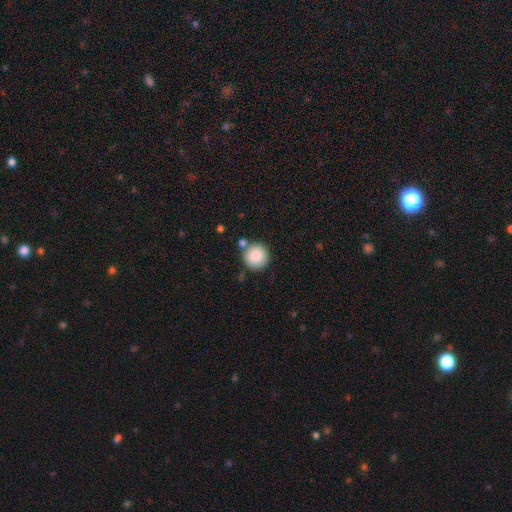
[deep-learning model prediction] A smooth galaxy with no disk features (86%) that is round (95%).

Vote fractions:
- Smooth or featured? smooth: 86% / star or artifact: 8% / featured or disk: 6%
- How rounded? round: 95% / in between: 5% / cigar-shaped: 1%
- Merging? none: 77% / merger: 11% / minor disturbance: 9% / major disturbance: 3%